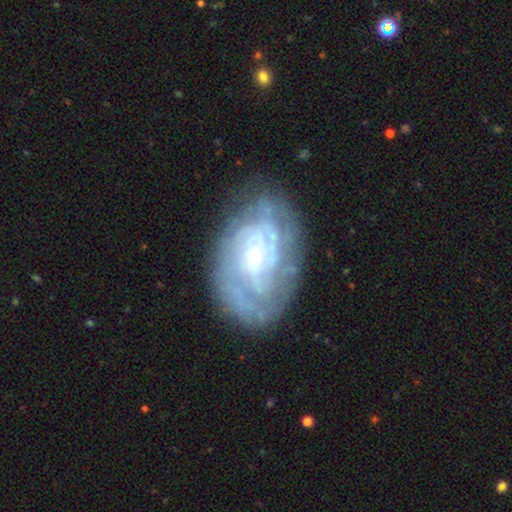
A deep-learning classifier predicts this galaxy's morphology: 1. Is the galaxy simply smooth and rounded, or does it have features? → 81% featured or disk, 13% smooth, 7% star or artifact.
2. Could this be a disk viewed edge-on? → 97% no, 3% yes.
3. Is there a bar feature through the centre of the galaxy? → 58% no, 34% weak, 8% strong.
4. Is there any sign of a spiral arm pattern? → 89% yes, 11% no.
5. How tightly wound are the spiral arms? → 71% tight, 23% medium, 6% loose.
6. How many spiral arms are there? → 48% can't tell, 17% 2, 13% 3, 11% 4, 6% more than 4, 5% 1.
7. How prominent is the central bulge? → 77% small, 16% moderate, 4% none, 2% large, 1% dominant.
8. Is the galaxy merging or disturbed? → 72% none, 19% minor disturbance, 8% major disturbance, 2% merger.